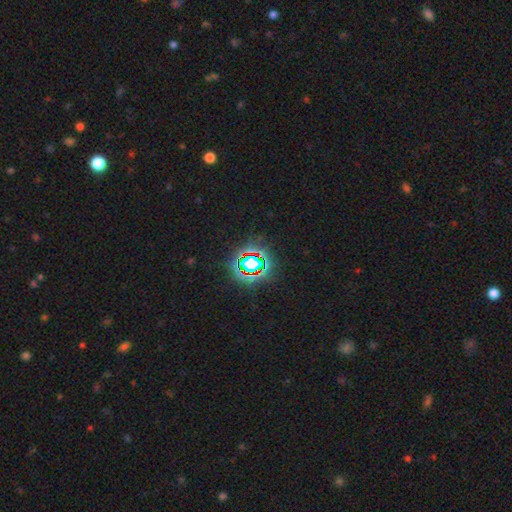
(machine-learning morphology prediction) type=star or artifact (78%).